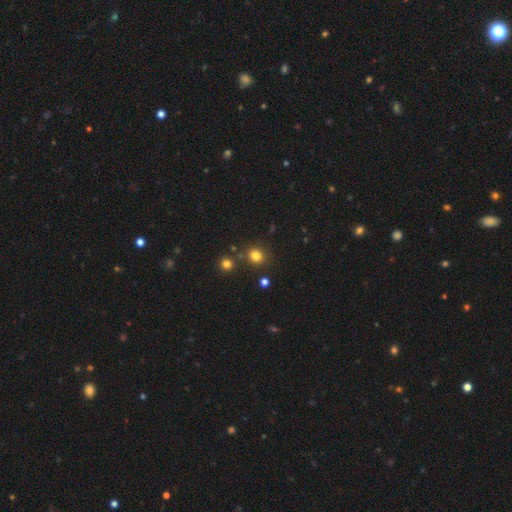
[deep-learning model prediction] This appears to be a smooth galaxy with no disk features (79%) that is round (80%). Merging: none (80%).